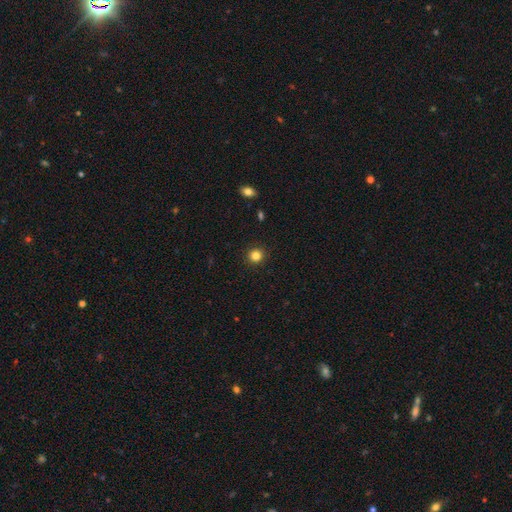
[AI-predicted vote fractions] Smooth or featured?
  - smooth: 84% *
  - star or artifact: 12%
  - featured or disk: 4%
How rounded?
  - round: 92% *
  - in between: 7%
  - cigar-shaped: 1%
Merging?
  - none: 91% *
  - minor disturbance: 6%
  - major disturbance: 2%
  - merger: 1%